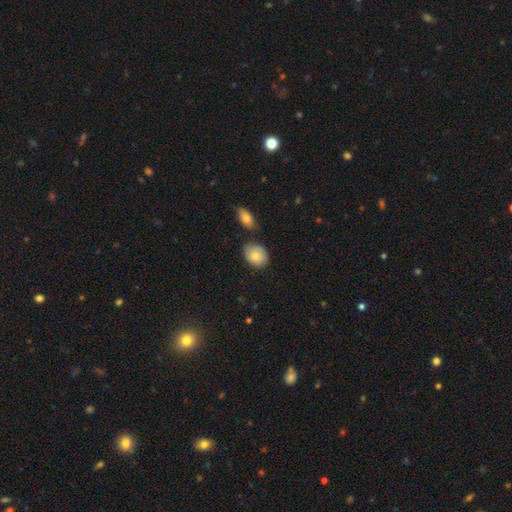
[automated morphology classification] A smooth galaxy with no disk features (83%) that is in between round and cigar-shaped (62%).

Vote fractions:
- Smooth or featured? smooth: 83% / featured or disk: 11% / star or artifact: 7%
- How rounded? in between: 62% / round: 37% / cigar-shaped: 1%
- Merging? none: 71% / minor disturbance: 18% / merger: 8% / major disturbance: 4%